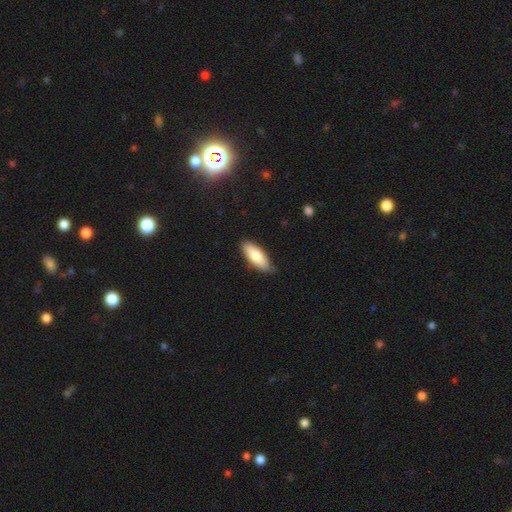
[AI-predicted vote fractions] Q: Smooth or featured?
A: smooth (78%); runner-up: featured or disk (16%)
Q: How rounded?
A: in between (73%); runner-up: cigar-shaped (25%)
Q: Merging?
A: none (81%); runner-up: minor disturbance (15%)